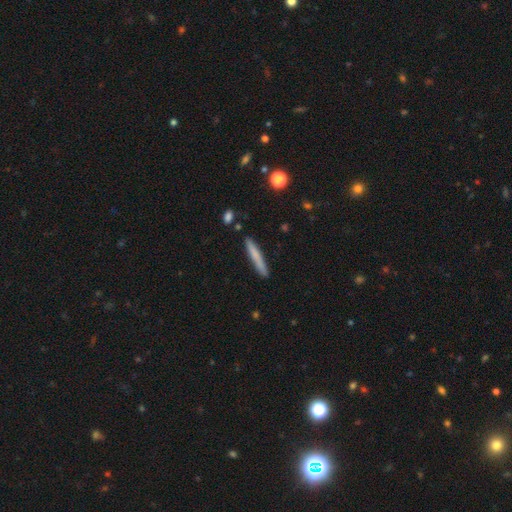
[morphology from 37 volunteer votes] Q: Smooth or featured?
A: smooth (65%); runner-up: featured or disk (32%)
Q: How rounded?
A: cigar-shaped (92%); runner-up: in between (8%)
Q: Merging?
A: none (86%); runner-up: major disturbance (8%)